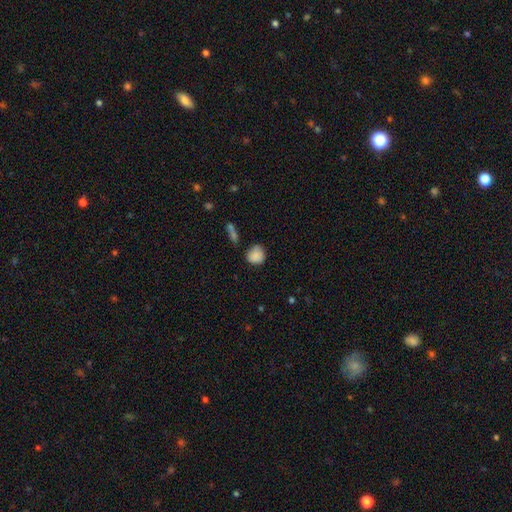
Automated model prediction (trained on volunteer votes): smooth 85%, star or artifact 8%, featured or disk 6%. Down the decision tree: how rounded — round (84%); merging — none (68%).